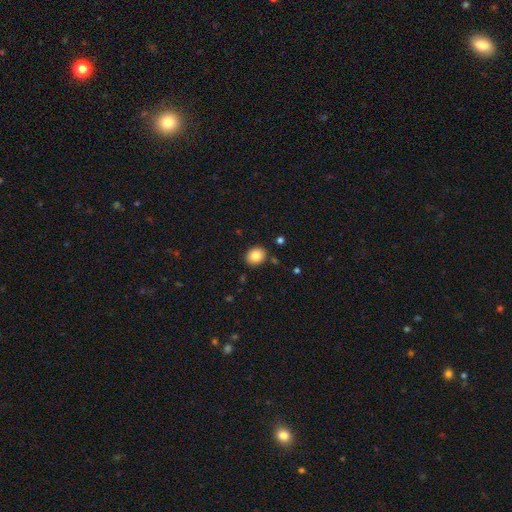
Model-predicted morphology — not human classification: Smooth or featured? Predicted: smooth (p=0.84). How rounded? Predicted: round (p=0.60). Merging? Predicted: none (p=0.88).